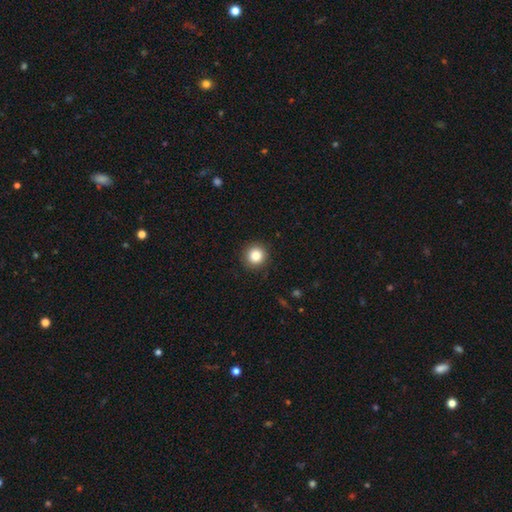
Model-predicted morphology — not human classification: The model was most divided on "smooth or featured": smooth: 85%, star or artifact: 10%, featured or disk: 5%. More confident: how rounded — round (94%); merging — none (91%).